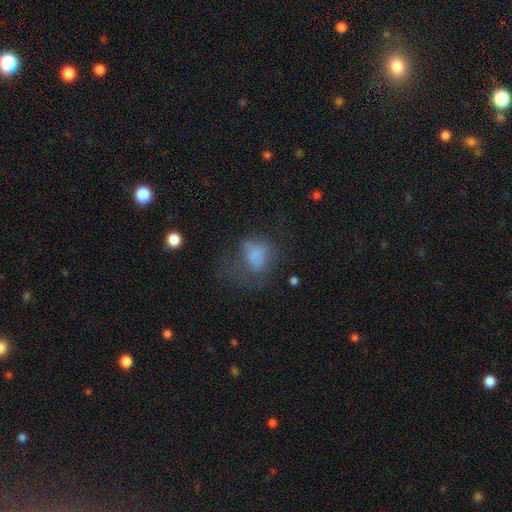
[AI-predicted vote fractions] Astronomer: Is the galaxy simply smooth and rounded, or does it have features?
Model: smooth — 63%.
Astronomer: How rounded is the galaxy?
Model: in between — 60% (runner-up: round, 39%).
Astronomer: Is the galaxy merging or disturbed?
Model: major disturbance — 44% (runner-up: none, 30%).